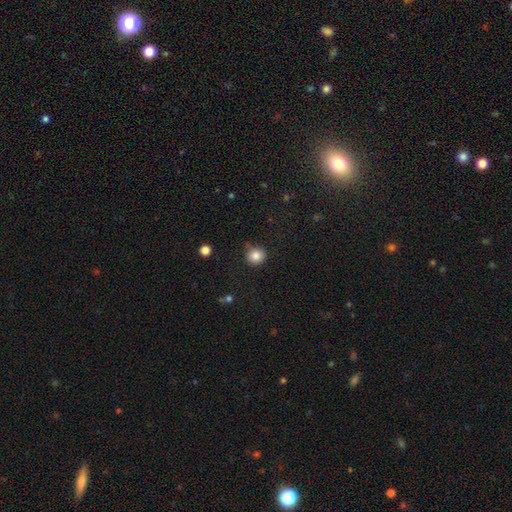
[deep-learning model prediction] smooth-or-featured: smooth: 84% | star or artifact: 11% | featured or disk: 6%
  how-rounded: round: 91% | in between: 8% | cigar-shaped: 1%
  merging: none: 77% | minor disturbance: 15% | merger: 4% | major disturbance: 4%